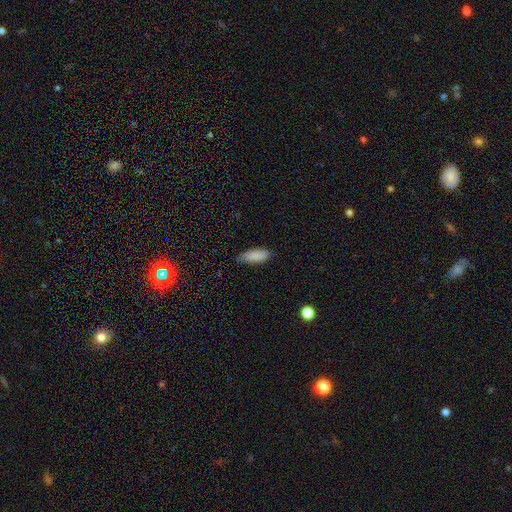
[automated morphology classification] Overall: smooth (88%). How rounded: in between (79%). Merging: none (76%).